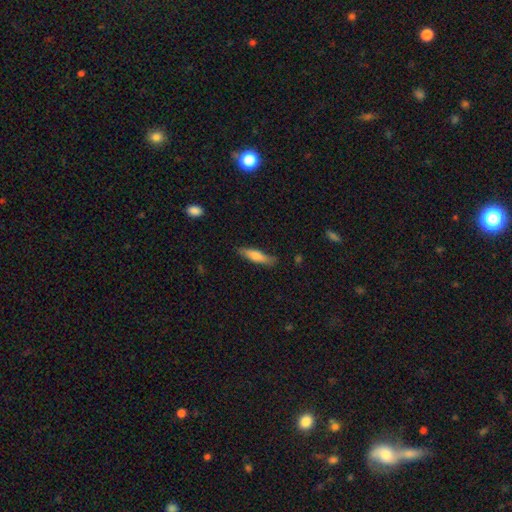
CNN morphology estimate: Smooth or featured? Predicted: smooth (p=0.71). How rounded? Predicted: cigar-shaped (p=0.75). Merging? Predicted: none (p=0.81).